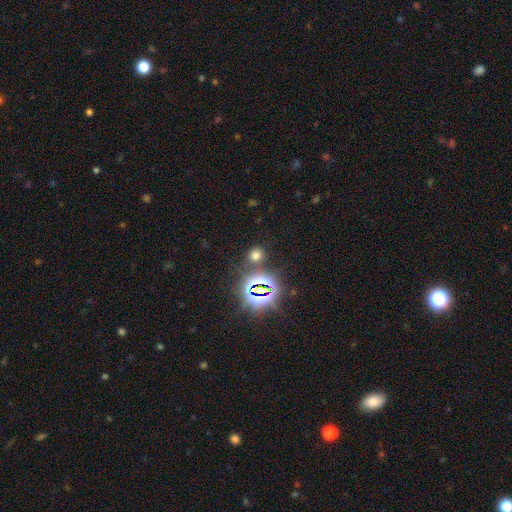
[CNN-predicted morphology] This appears to be a smooth galaxy with no disk features (57%) that is round (78%). Merging: none (81%).